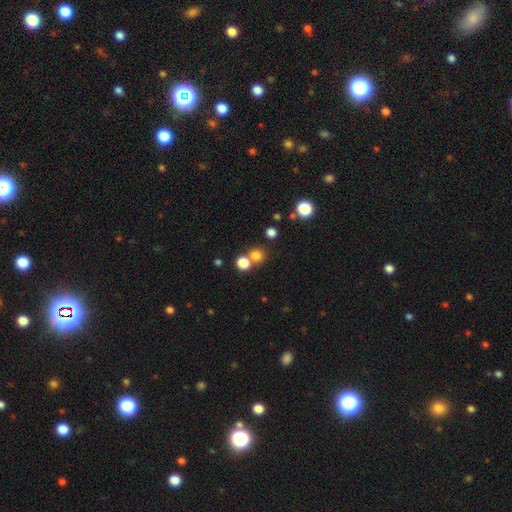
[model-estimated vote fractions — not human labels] Overall: smooth (77%). How rounded: round (87%). Merging: none (59%; merger 32%).